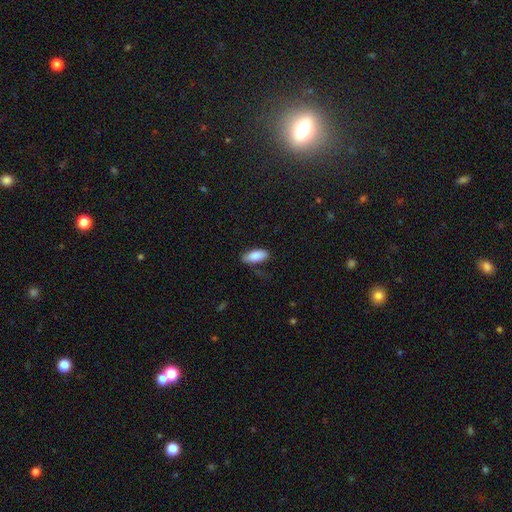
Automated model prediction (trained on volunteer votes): Morphology: type=smooth (87%); roundness=in between (86%); merging=none (74%).